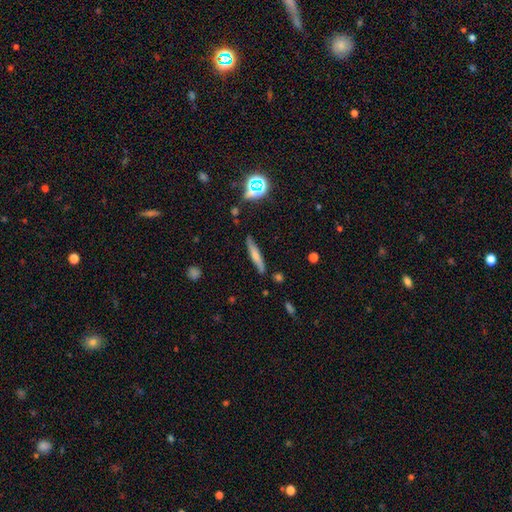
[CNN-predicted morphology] Smooth or featured?
  - smooth: 57% *
  - featured or disk: 35%
  - star or artifact: 9%
How rounded?
  - cigar-shaped: 89% *
  - in between: 9%
  - round: 2%
Merging?
  - none: 81% *
  - minor disturbance: 14%
  - major disturbance: 3%
  - merger: 2%